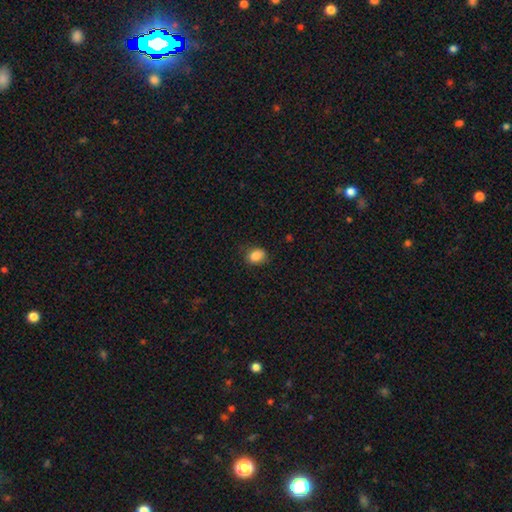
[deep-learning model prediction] Smooth or featured?
  - smooth: 86% *
  - star or artifact: 9%
  - featured or disk: 4%
How rounded?
  - in between: 66% *
  - round: 33%
  - cigar-shaped: 1%
Merging?
  - none: 78% *
  - minor disturbance: 17%
  - major disturbance: 4%
  - merger: 1%